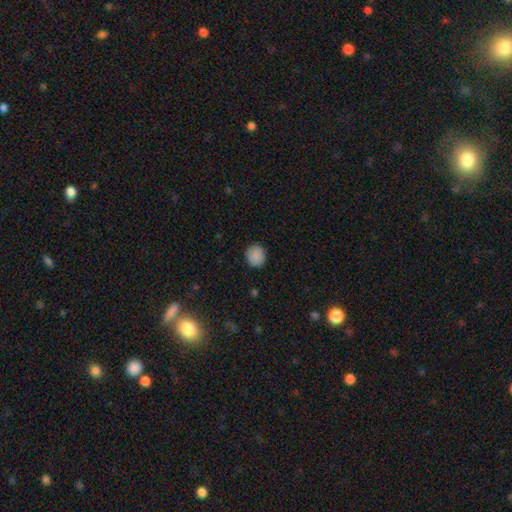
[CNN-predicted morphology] Overall: smooth (88%). How rounded: round (85%). Merging: none (89%).